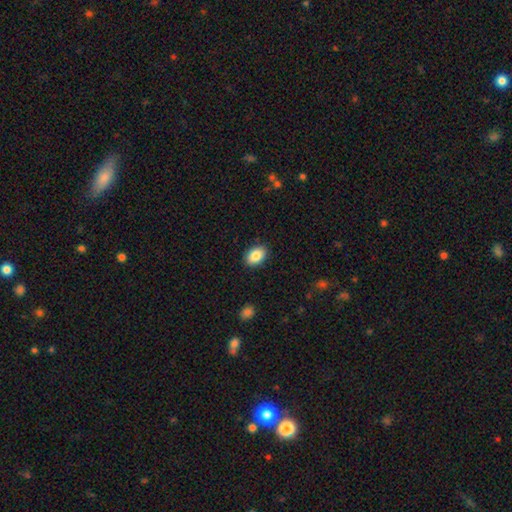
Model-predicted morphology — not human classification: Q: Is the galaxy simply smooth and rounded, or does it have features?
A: smooth — 87%.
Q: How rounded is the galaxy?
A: in between — 84%.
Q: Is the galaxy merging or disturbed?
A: none — 89%.